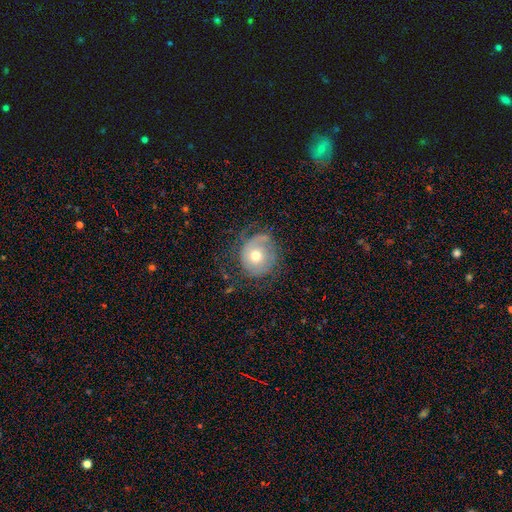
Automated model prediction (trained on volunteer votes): Smooth or featured: featured or disk — 52% (smooth — 39%)
Edge-on disk: no — 96% (yes — 4%)
Bar: no — 84% (weak — 13%)
Spiral arms: yes — 68% (no — 32%)
Bulge size: moderate — 72% (small — 18%)
Merging: none — 55% (minor disturbance — 24%)